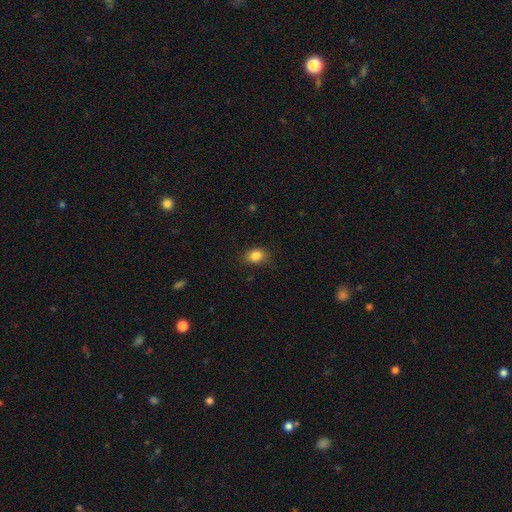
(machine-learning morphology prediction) smooth-or-featured: smooth: 85% | star or artifact: 10% | featured or disk: 5%
  how-rounded: in between: 66% | round: 32% | cigar-shaped: 1%
  merging: none: 81% | minor disturbance: 15% | major disturbance: 4% | merger: 1%